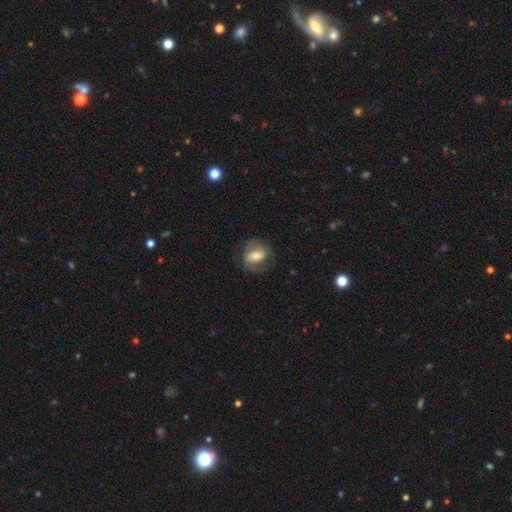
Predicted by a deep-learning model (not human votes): A featured or disk galaxy (47%). Merging: none (69%).